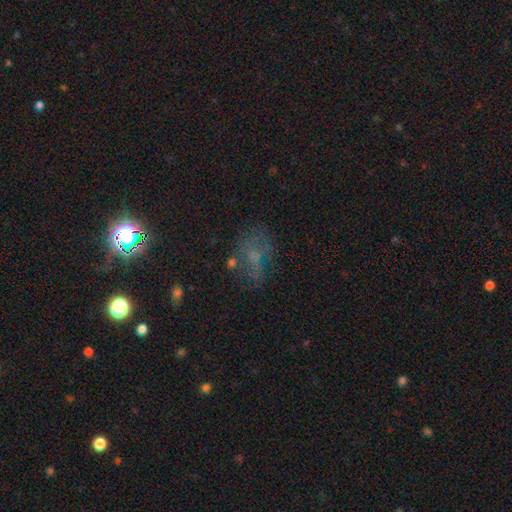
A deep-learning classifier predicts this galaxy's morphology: Smooth or featured? Predicted: smooth (p=0.36). Merging? Predicted: none (p=0.48).